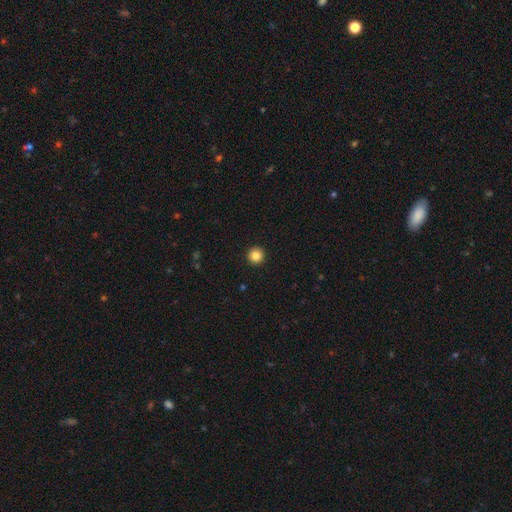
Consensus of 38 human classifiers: smooth 95%, star or artifact 5%, featured or disk 0%. Down the decision tree: how rounded — round (100%); merging — none (100%).